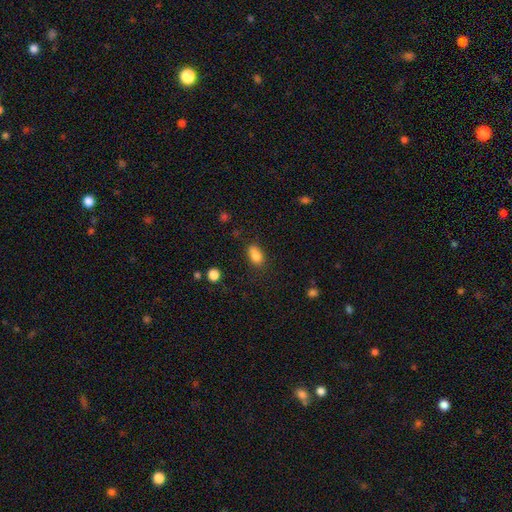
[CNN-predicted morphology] A smooth galaxy with no disk features (81%) that is in between round and cigar-shaped (81%). Merging: none (57%).